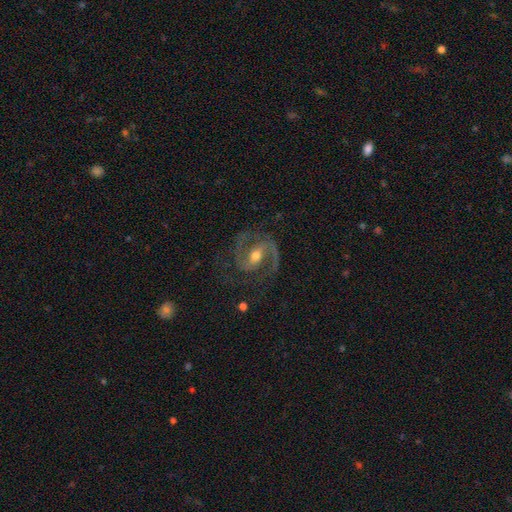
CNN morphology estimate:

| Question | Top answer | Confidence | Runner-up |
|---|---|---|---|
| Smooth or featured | featured or disk | 90% | star or artifact (5%) |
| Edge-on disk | no | 98% | yes (2%) |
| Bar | weak | 47% | strong (31%) |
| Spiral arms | yes | 97% | no (3%) |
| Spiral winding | medium | 62% | tight (21%) |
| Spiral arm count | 2 | 90% | 1 (3%) |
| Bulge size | moderate | 68% | small (25%) |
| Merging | none | 74% | minor disturbance (15%) |